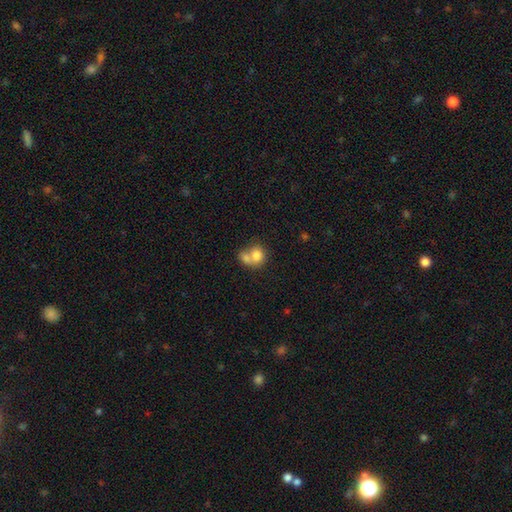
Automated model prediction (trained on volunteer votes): Smooth or featured: smooth — 76% (featured or disk — 16%)
How rounded: round — 67% (in between — 32%)
Merging: merger — 63% (none — 24%)